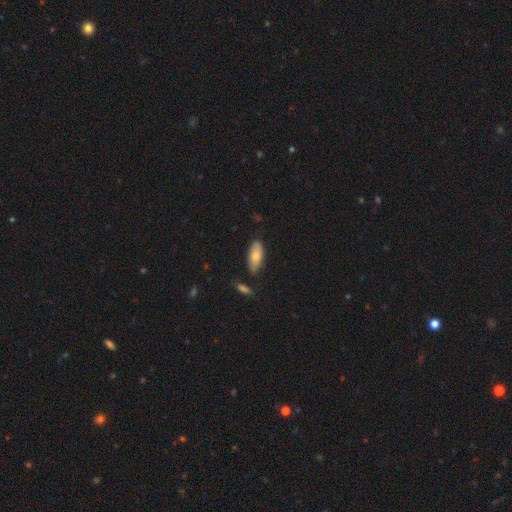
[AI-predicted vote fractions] Q: Smooth or featured?
A: smooth (76%); runner-up: featured or disk (18%)
Q: How rounded?
A: in between (87%); runner-up: cigar-shaped (11%)
Q: Merging?
A: none (77%); runner-up: minor disturbance (17%)